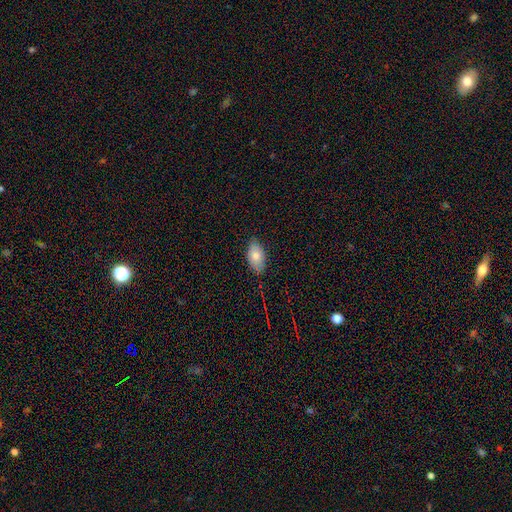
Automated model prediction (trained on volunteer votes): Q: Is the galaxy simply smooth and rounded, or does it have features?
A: smooth — 79%.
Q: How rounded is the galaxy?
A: in between — 92%.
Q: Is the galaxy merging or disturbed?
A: none — 80%.